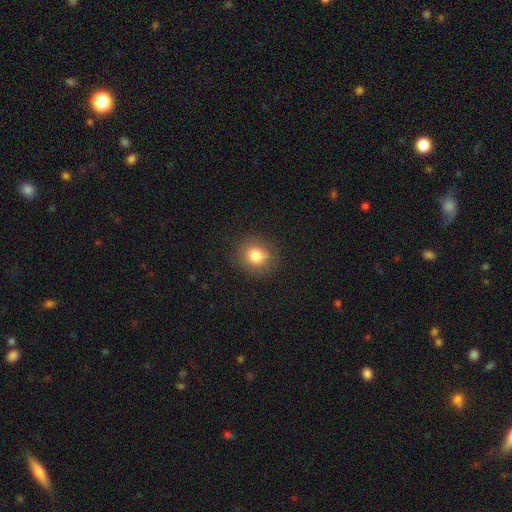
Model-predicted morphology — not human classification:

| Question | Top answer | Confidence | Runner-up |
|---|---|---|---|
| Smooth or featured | smooth | 81% | star or artifact (11%) |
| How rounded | round | 79% | in between (20%) |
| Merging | none | 88% | minor disturbance (8%) |